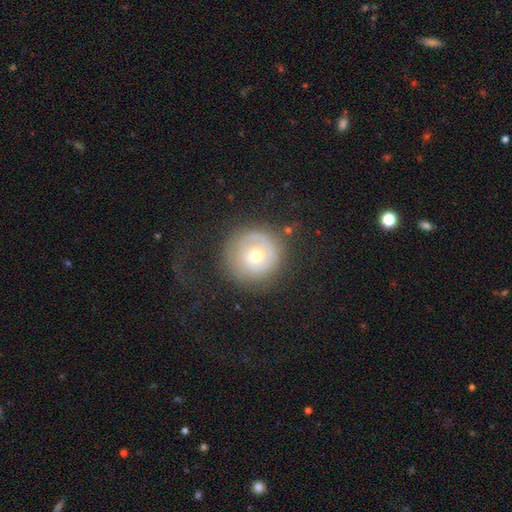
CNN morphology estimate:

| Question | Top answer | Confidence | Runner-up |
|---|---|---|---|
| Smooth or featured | smooth | 47% | featured or disk (44%) |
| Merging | none | 65% | minor disturbance (18%) |